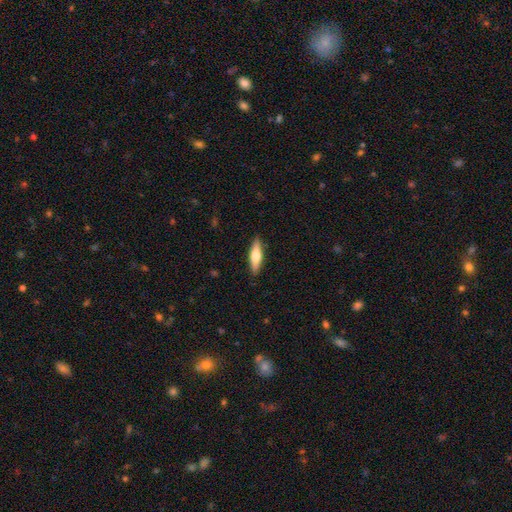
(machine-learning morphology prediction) smooth_or_featured: smooth (p=0.59) [alt: featured or disk p=0.36]
how_rounded: cigar-shaped (p=0.64) [alt: in between p=0.34]
merging: none (p=0.89) [alt: minor disturbance p=0.09]